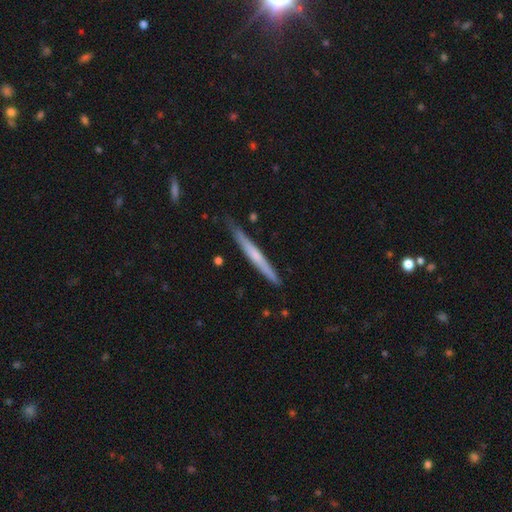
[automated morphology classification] featured or disk 48%, smooth 47%, star or artifact 6%. Down the decision tree: merging — none (82%).